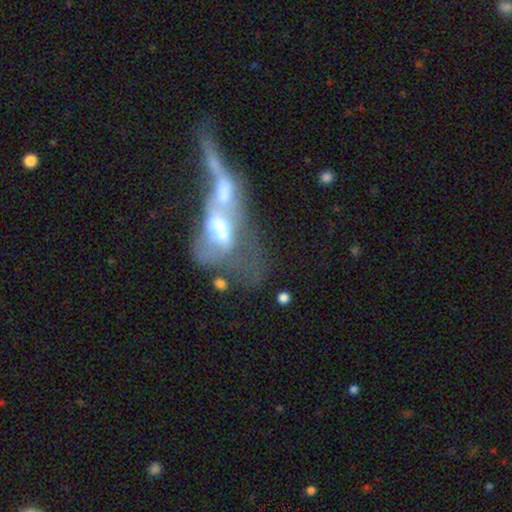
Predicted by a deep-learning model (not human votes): Morphology: type=featured or disk (65%); edge-on=no (81%); bar=no (71%); spiral arms=no (71%); bulge=moderate (46%); merging=merger (70%).